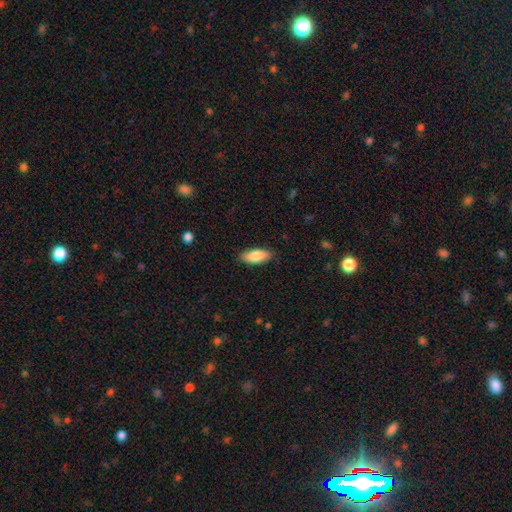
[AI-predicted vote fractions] Smooth or featured? Predicted: smooth (p=0.85). How rounded? Predicted: in between (p=0.83). Merging? Predicted: none (p=0.86).